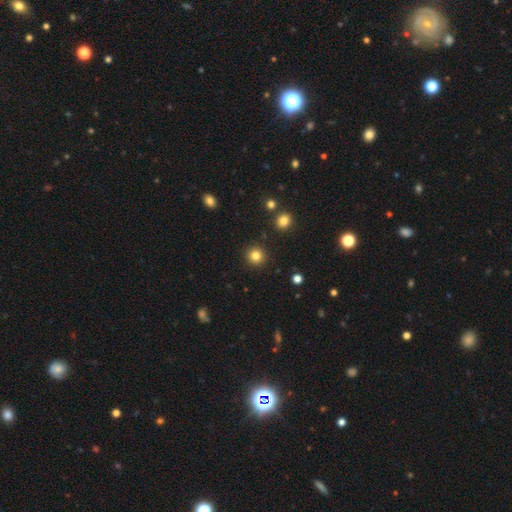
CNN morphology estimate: type=smooth (82%); roundness=round (95%); merging=none (91%).